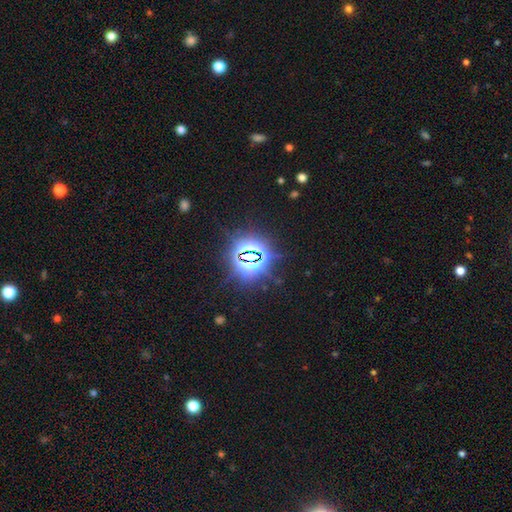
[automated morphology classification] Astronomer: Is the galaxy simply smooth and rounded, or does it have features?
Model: star or artifact — 83%.